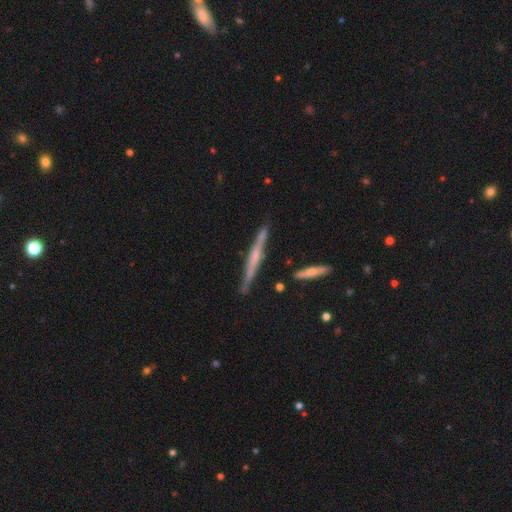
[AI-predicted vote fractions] Morphology: type=featured or disk (64%); edge-on=yes (96%); edge-on bulge=none (50%); merging=none (81%).